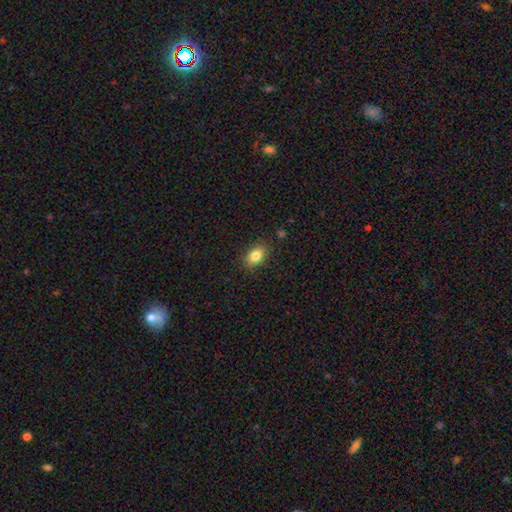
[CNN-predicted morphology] smooth_or_featured: smooth (p=0.83) [alt: star or artifact p=0.09]
how_rounded: in between (p=0.83) [alt: round p=0.15]
merging: none (p=0.87) [alt: minor disturbance p=0.10]